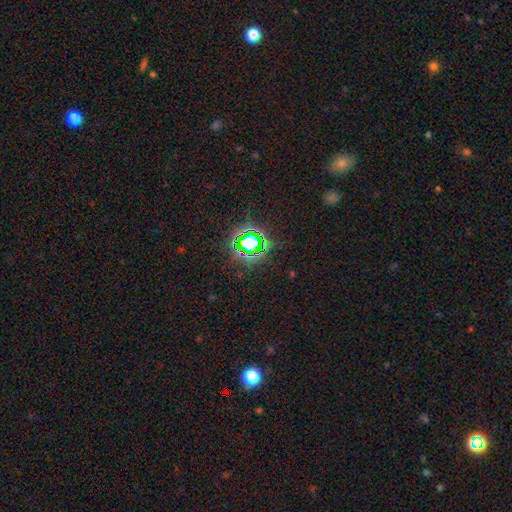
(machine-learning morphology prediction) Q: Smooth or featured?
A: star or artifact (77%); runner-up: smooth (16%)